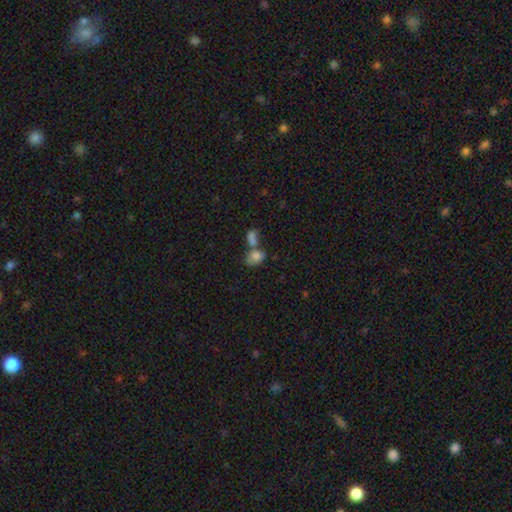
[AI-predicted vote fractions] A smooth galaxy with no disk features (79%) that is in between round and cigar-shaped (77%).

Vote fractions:
- Smooth or featured? smooth: 79% / featured or disk: 12% / star or artifact: 9%
- How rounded? in between: 77% / round: 21% / cigar-shaped: 2%
- Merging? merger: 57% / none: 26% / minor disturbance: 10% / major disturbance: 7%